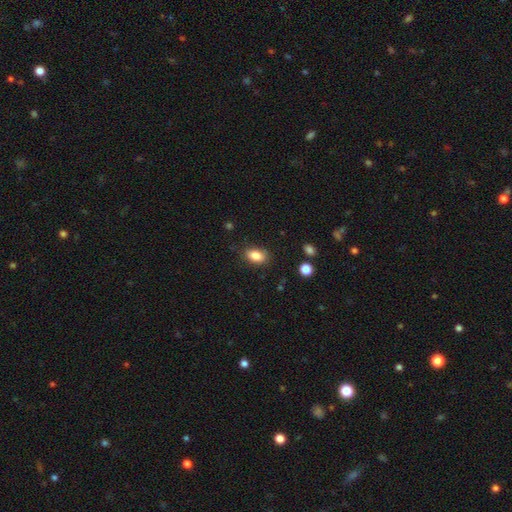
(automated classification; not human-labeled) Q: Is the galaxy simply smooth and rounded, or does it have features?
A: smooth — 85%.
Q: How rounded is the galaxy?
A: in between — 85%.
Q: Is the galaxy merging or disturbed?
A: none — 82%.